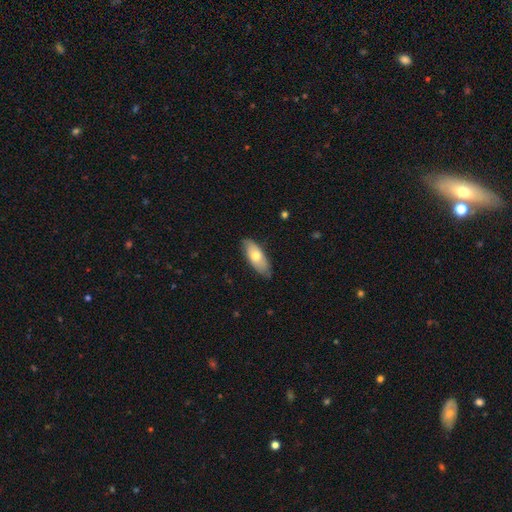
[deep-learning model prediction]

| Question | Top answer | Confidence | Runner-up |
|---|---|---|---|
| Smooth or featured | smooth | 66% | featured or disk (28%) |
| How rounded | in between | 79% | cigar-shaped (18%) |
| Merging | none | 76% | minor disturbance (20%) |